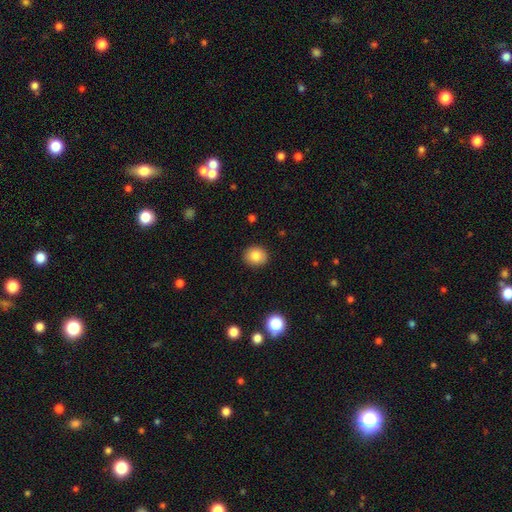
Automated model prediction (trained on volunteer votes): Smooth or featured? Predicted: smooth (p=0.83). How rounded? Predicted: round (p=0.76). Merging? Predicted: none (p=0.91).